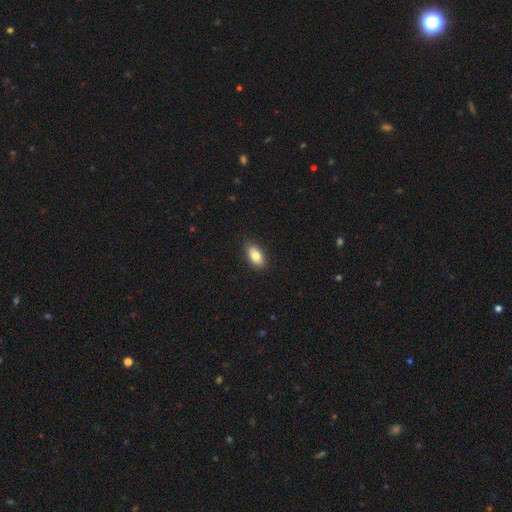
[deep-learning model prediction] Smooth or featured? smooth (82%)
How rounded? in between (91%)
Merging? none (89%)